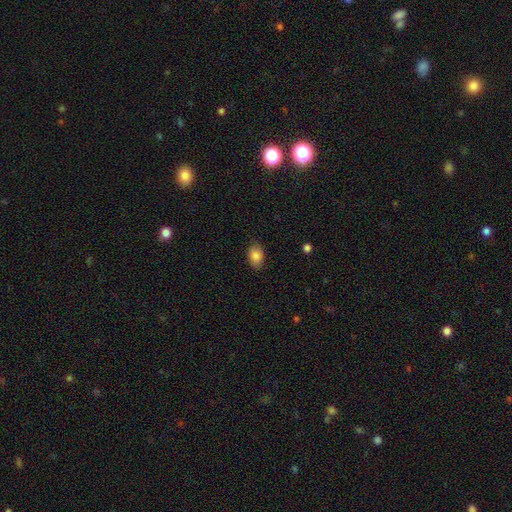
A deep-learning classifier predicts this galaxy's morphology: smooth-or-featured: smooth: 86% | star or artifact: 8% | featured or disk: 7%
  how-rounded: in between: 86% | round: 13% | cigar-shaped: 1%
  merging: none: 86% | minor disturbance: 11% | major disturbance: 2% | merger: 1%